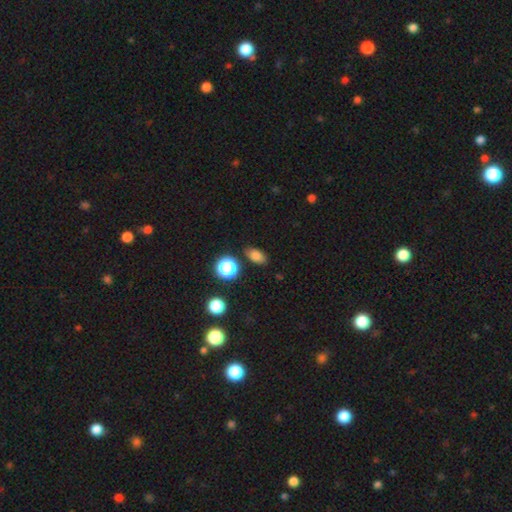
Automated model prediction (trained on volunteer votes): Smooth or featured? smooth (79%)
How rounded? in between (83%)
Merging? none (84%)